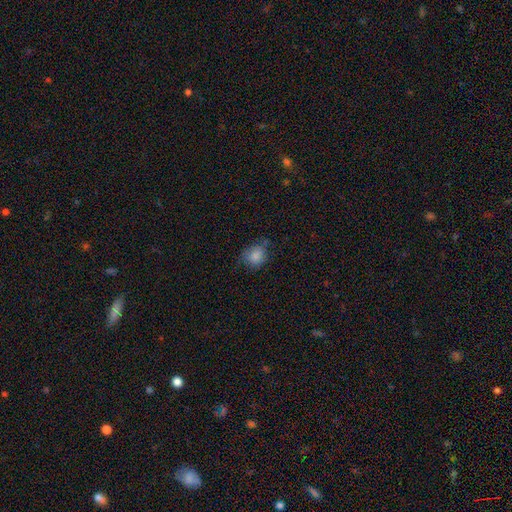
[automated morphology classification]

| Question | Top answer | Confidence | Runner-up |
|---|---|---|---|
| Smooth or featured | smooth | 83% | star or artifact (10%) |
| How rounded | round | 66% | in between (33%) |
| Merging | none | 64% | minor disturbance (27%) |